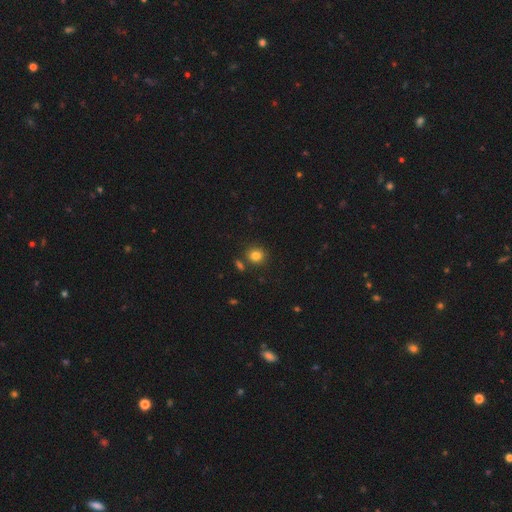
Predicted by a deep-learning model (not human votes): Smooth or featured?
  - smooth: 82% *
  - star or artifact: 12%
  - featured or disk: 6%
How rounded?
  - round: 86% *
  - in between: 13%
  - cigar-shaped: 1%
Merging?
  - none: 81% *
  - merger: 9%
  - minor disturbance: 8%
  - major disturbance: 2%